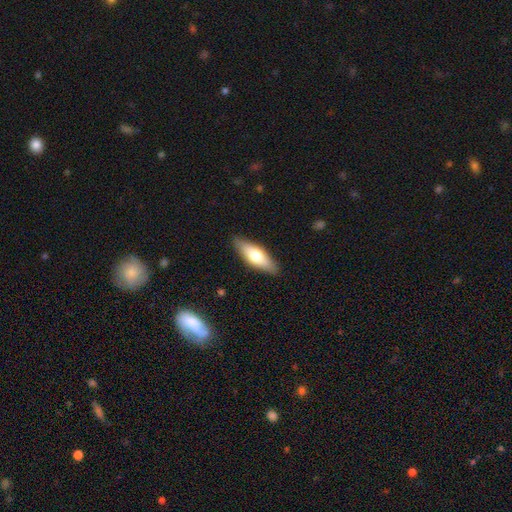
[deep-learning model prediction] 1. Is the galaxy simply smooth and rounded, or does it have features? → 64% smooth, 31% featured or disk, 5% star or artifact.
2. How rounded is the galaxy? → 58% in between, 40% cigar-shaped, 2% round.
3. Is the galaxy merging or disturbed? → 87% none, 10% minor disturbance, 2% major disturbance, 1% merger.